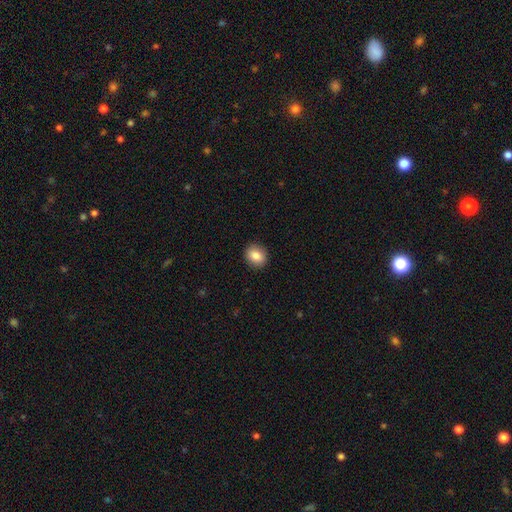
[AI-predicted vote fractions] Morphology: type=smooth (84%); roundness=round (68%); merging=none (91%).